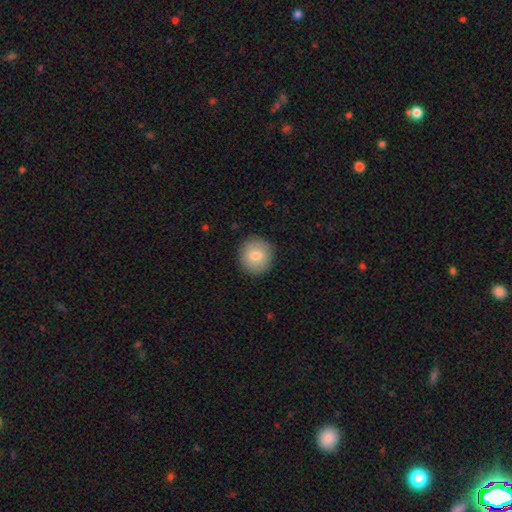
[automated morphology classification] Smooth or featured? Predicted: smooth (p=0.79). How rounded? Predicted: round (p=0.92). Merging? Predicted: none (p=0.89).